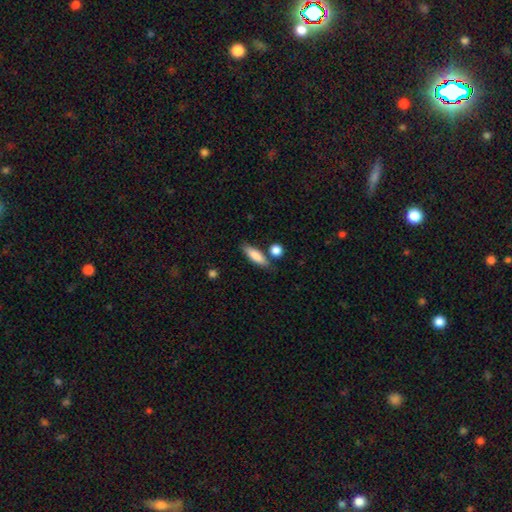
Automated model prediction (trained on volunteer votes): The model was most divided on "how rounded": cigar-shaped: 50%, in between: 45%, round: 4%. More confident: smooth or featured — smooth (82%); merging — none (73%).